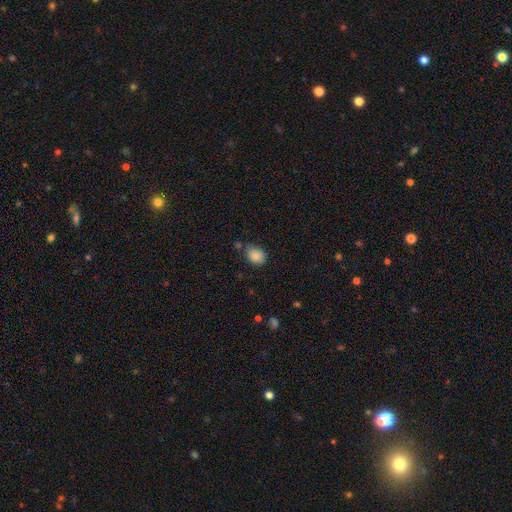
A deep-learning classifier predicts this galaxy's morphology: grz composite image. It shows a smooth galaxy with no disk features (86%) that is in between round and cigar-shaped (60%). Merging: none (68%).